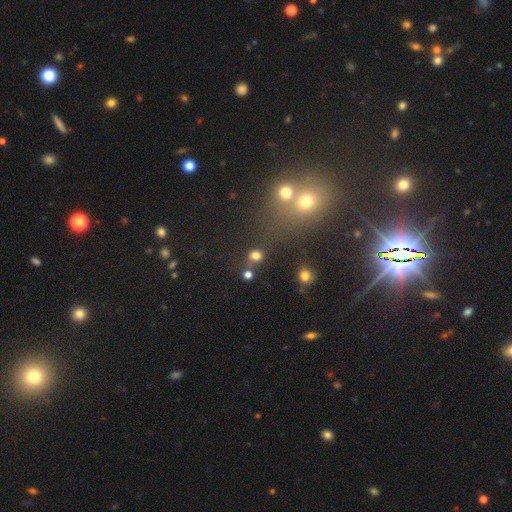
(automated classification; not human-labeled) Smooth or featured: smooth — 75% (star or artifact — 18%)
How rounded: round — 65% (in between — 33%)
Merging: none — 64% (merger — 19%)